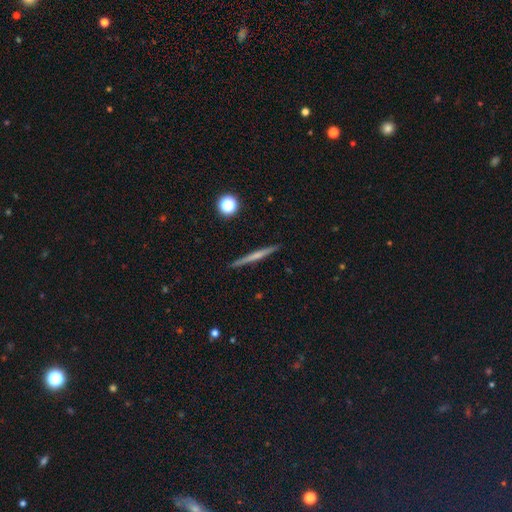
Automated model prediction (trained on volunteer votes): Smooth or featured? featured or disk (55%)
Edge-on disk? yes (98%)
Edge-on bulge? none (63%)
Merging? none (92%)